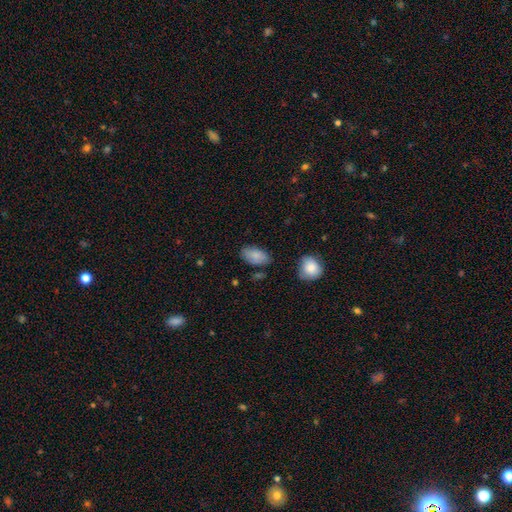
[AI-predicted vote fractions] This appears to be a smooth galaxy with no disk features (84%) that is in between round and cigar-shaped (94%). Merging: none (76%).